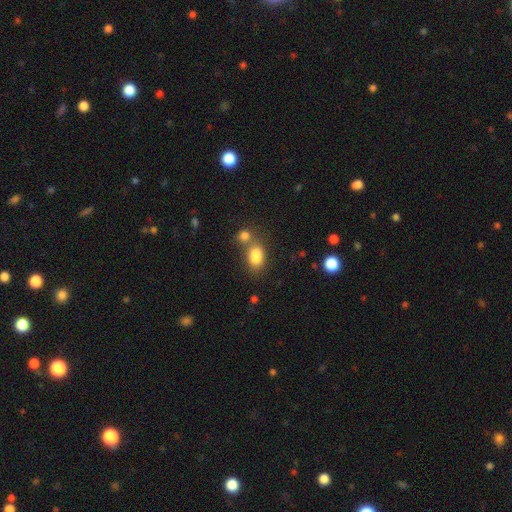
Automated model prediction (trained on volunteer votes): Smooth or featured: smooth — 81% (star or artifact — 10%)
How rounded: in between — 81% (round — 17%)
Merging: merger — 42% (none — 39%)